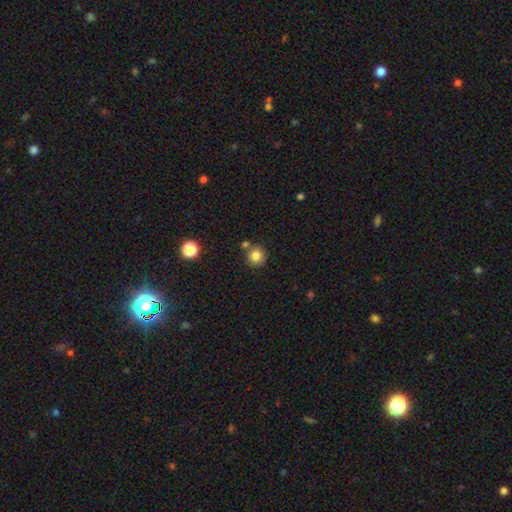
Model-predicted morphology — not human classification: Smooth or featured?
  - smooth: 82% *
  - star or artifact: 12%
  - featured or disk: 7%
How rounded?
  - round: 92% *
  - in between: 7%
  - cigar-shaped: 1%
Merging?
  - none: 74% *
  - merger: 14%
  - minor disturbance: 9%
  - major disturbance: 3%